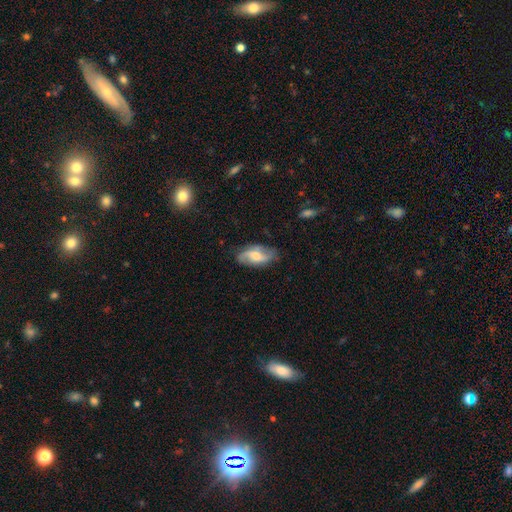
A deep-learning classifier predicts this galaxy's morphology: type=featured or disk (65%); edge-on=no (92%); bar=no (42%, tied with weak); spiral arms=yes (90%); winding=loose (59%); arm count=2 (83%); bulge=moderate (53%); merging=none (72%).